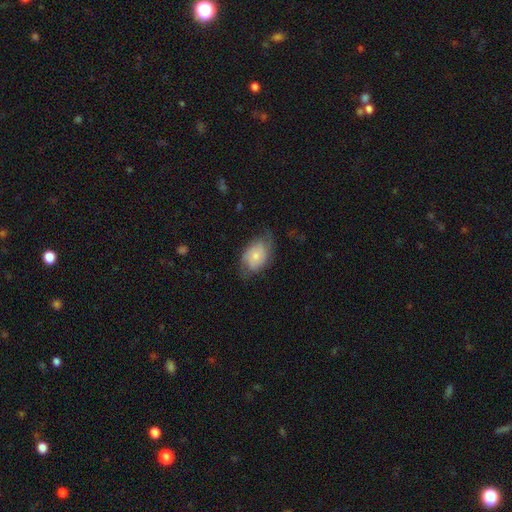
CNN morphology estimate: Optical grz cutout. It shows a smooth galaxy with no disk features (51%) that is in between round and cigar-shaped (85%). Merging: none (56%).